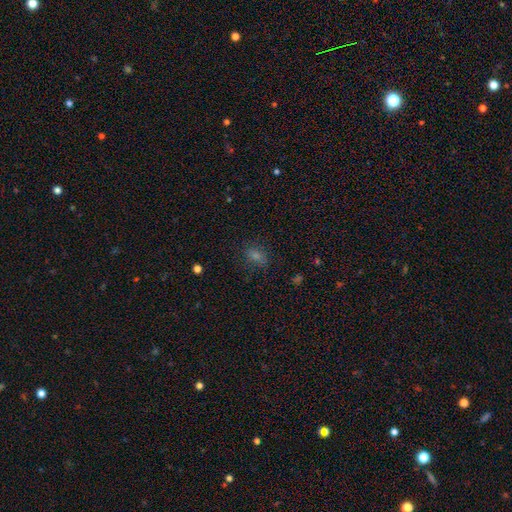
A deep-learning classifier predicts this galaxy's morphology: A smooth galaxy with no disk features (59%) that is in between round and cigar-shaped (70%).

Vote fractions:
- Smooth or featured? smooth: 59% / star or artifact: 29% / featured or disk: 12%
- How rounded? in between: 70% / round: 26% / cigar-shaped: 4%
- Merging? none: 80% / minor disturbance: 13% / major disturbance: 5% / merger: 1%